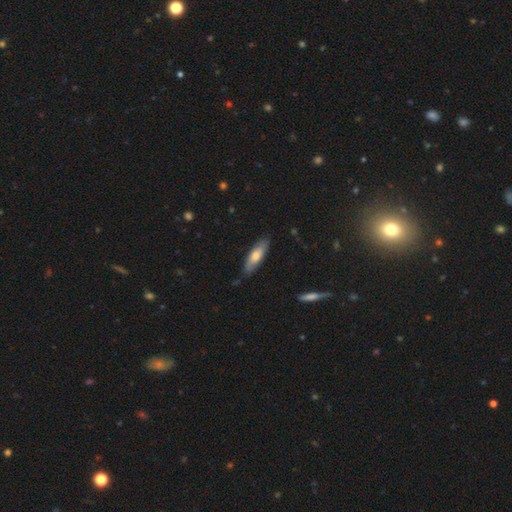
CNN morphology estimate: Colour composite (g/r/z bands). It shows a smooth galaxy with no disk features (63%) that is in between round and cigar-shaped (50%). Merging: none (80%).